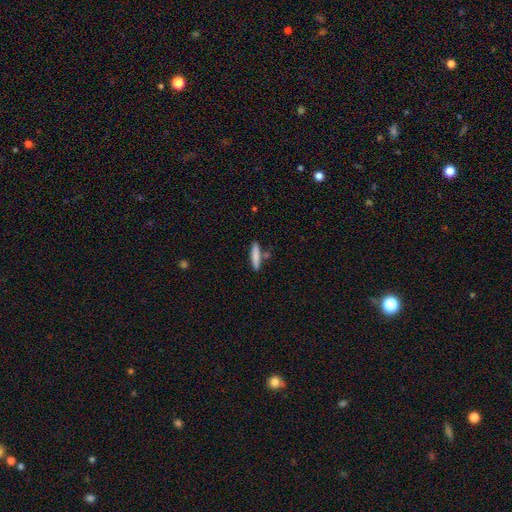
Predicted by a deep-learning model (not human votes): smooth-or-featured: smooth: 81% | featured or disk: 13% | star or artifact: 6%
  how-rounded: cigar-shaped: 87% | in between: 12% | round: 2%
  merging: none: 79% | minor disturbance: 11% | merger: 8% | major disturbance: 2%